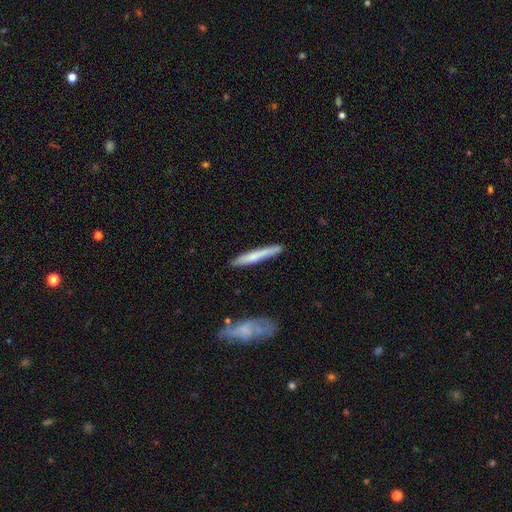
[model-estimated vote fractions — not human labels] The model was most divided on "smooth or featured": smooth: 61%, featured or disk: 33%, star or artifact: 5%. More confident: how rounded — cigar-shaped (95%); merging — none (85%).